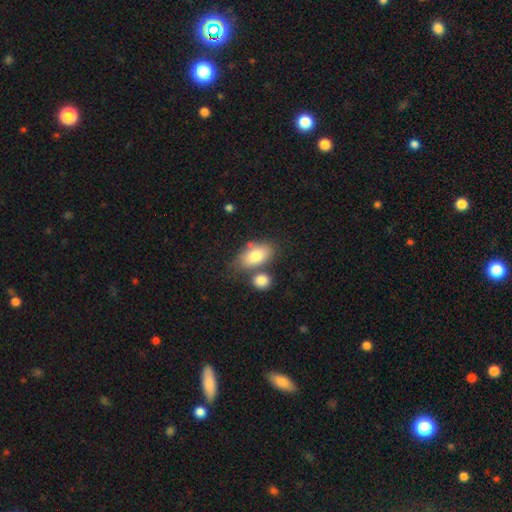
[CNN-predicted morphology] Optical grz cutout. It shows a smooth galaxy with no disk features (78%) that is in between round and cigar-shaped (90%). Merging: none (53%).